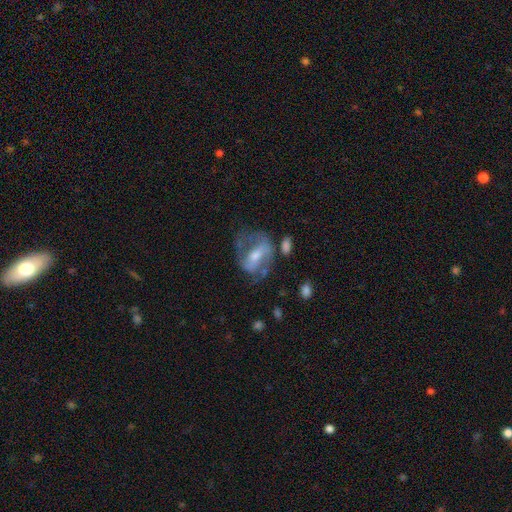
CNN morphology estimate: This is likely a featured or disk galaxy (66%). It is clearly not viewed edge-on (94%). Bar: marginally weak (38%). Spiral arm pattern: likely yes (65%). Central bulge: possibly moderate (53%). Merging: possibly none (45%).